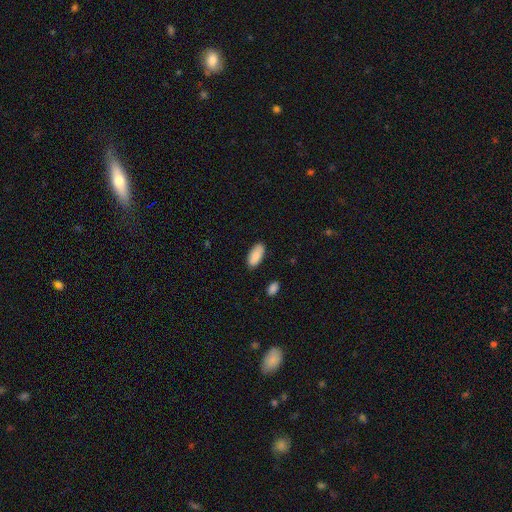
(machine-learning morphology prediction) Q: Smooth or featured?
A: smooth (90%); runner-up: star or artifact (6%)
Q: How rounded?
A: in between (90%); runner-up: cigar-shaped (8%)
Q: Merging?
A: none (87%); runner-up: minor disturbance (9%)